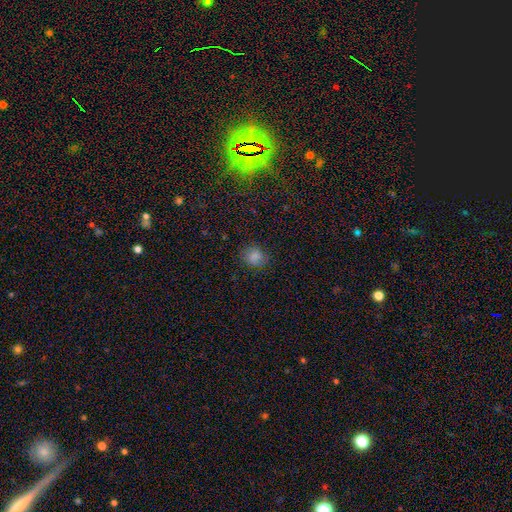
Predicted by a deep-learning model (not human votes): Smooth or featured: smooth — 67% (star or artifact — 26%)
How rounded: round — 73% (in between — 25%)
Merging: none — 81% (minor disturbance — 13%)